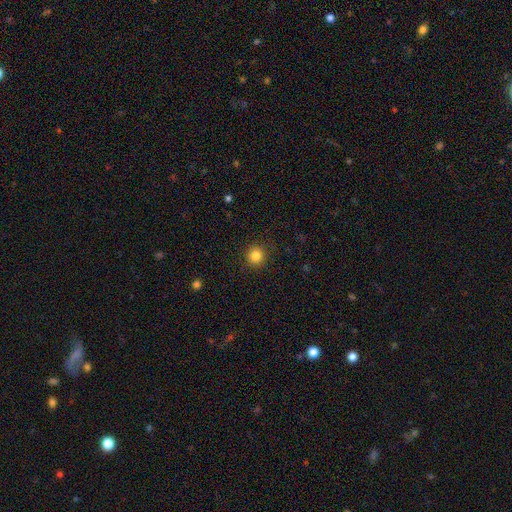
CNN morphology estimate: smooth-or-featured: smooth: 83% | star or artifact: 12% | featured or disk: 5%
  how-rounded: round: 93% | in between: 6% | cigar-shaped: 1%
  merging: none: 90% | minor disturbance: 6% | major disturbance: 2% | merger: 1%